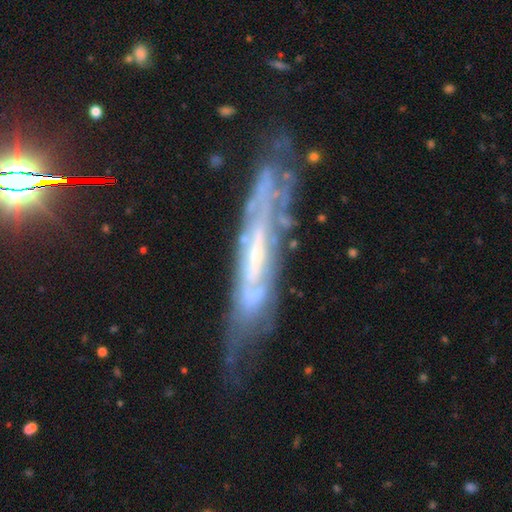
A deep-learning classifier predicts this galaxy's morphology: Smooth or featured?
  - featured or disk: 78% *
  - smooth: 13%
  - star or artifact: 10%
Edge-on disk?
  - no: 51% *
  - yes: 49%
Merging?
  - none: 60% *
  - minor disturbance: 24%
  - major disturbance: 12%
  - merger: 4%